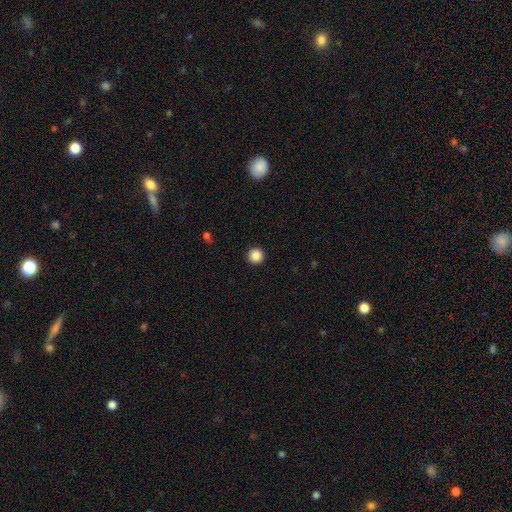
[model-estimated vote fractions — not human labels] smooth_or_featured: smooth (p=0.87) [alt: star or artifact p=0.10]
how_rounded: round (p=0.96) [alt: in between p=0.03]
merging: none (p=0.94) [alt: minor disturbance p=0.04]